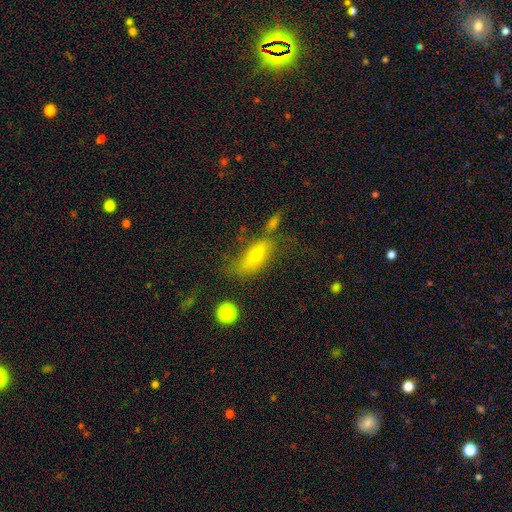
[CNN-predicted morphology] Q: Smooth or featured?
A: smooth (55%); runner-up: featured or disk (33%)
Q: How rounded?
A: in between (71%); runner-up: cigar-shaped (23%)
Q: Merging?
A: none (49%); runner-up: minor disturbance (23%)